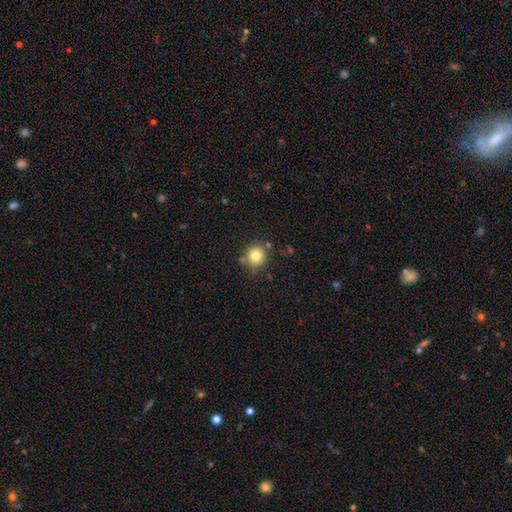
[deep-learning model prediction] This appears to be a smooth galaxy with no disk features (80%) that is round (87%). Merging: none (77%).